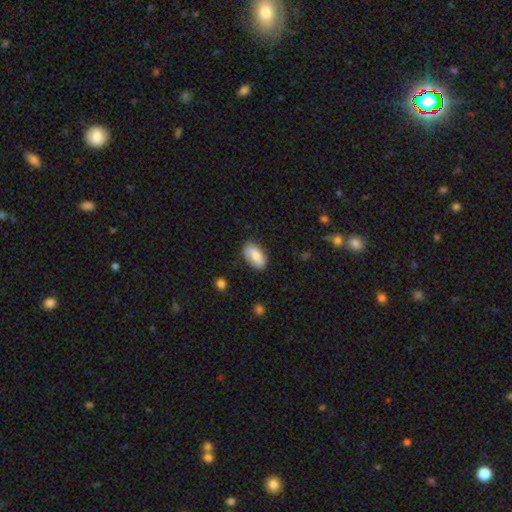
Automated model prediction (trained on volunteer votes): This is likely a smooth galaxy (79%). How rounded: clearly in between (93%). Merging: likely none (77%).